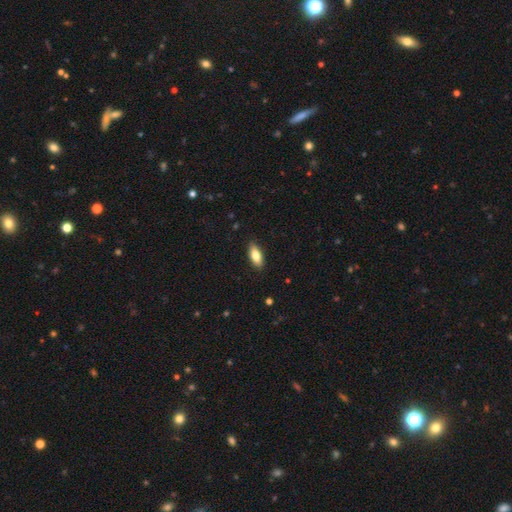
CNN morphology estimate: Smooth or featured? Predicted: smooth (p=0.81). How rounded? Predicted: in between (p=0.80). Merging? Predicted: none (p=0.88).